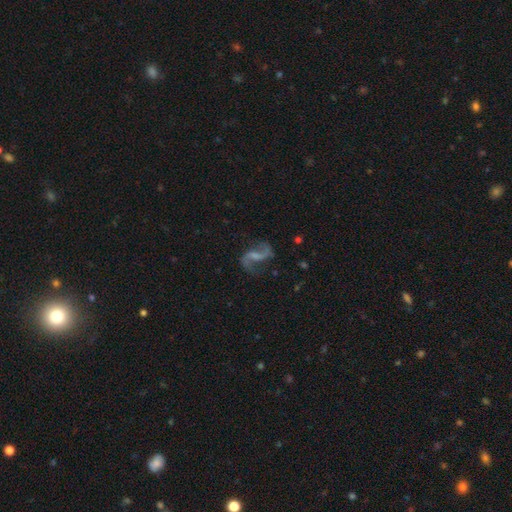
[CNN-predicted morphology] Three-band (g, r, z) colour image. It shows a featured or disk galaxy (88%) with a weak bar (48%), 2 (93%) loose (71%) spiral arms (96%) and no central bulge (50%). Merging: none (75%).